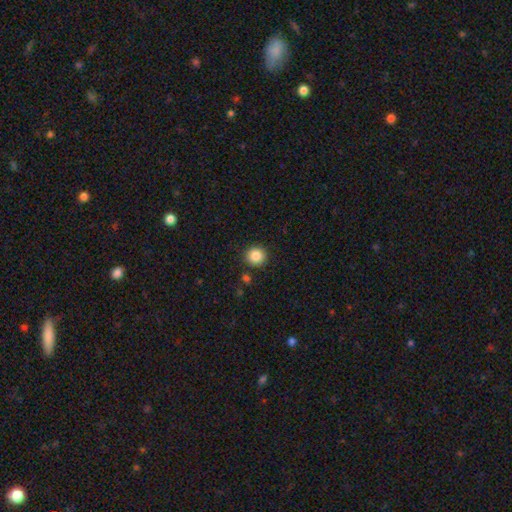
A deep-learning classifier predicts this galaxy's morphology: smooth 87%, star or artifact 9%, featured or disk 4%. Down the decision tree: how rounded — round (92%); merging — none (89%).